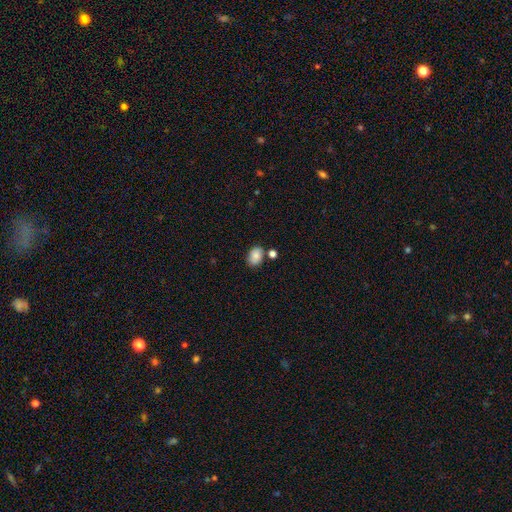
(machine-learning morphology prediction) Smooth or featured?
  - smooth: 85% *
  - star or artifact: 8%
  - featured or disk: 7%
How rounded?
  - in between: 78% *
  - round: 21%
  - cigar-shaped: 1%
Merging?
  - none: 72% *
  - minor disturbance: 14%
  - merger: 11%
  - major disturbance: 3%